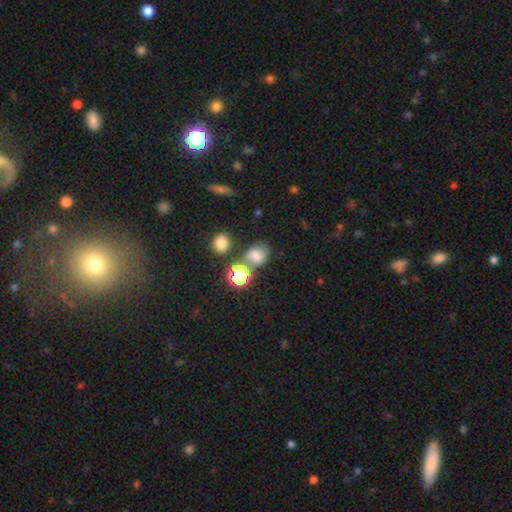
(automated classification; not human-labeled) smooth 68%, star or artifact 20%, featured or disk 12%. Down the decision tree: how rounded — round (63%); merging — none (54%).